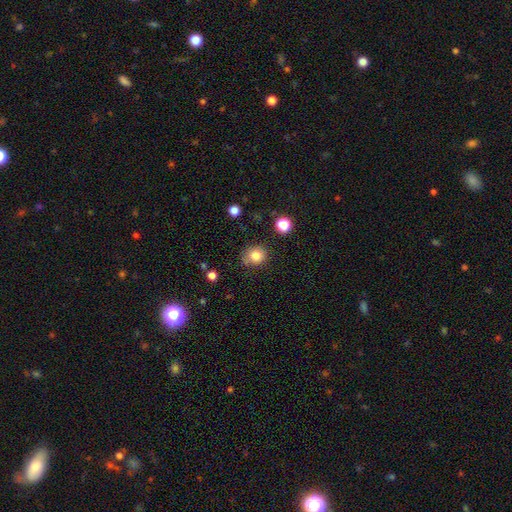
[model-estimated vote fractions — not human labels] A smooth galaxy with no disk features (82%) that is round (81%).

Vote fractions:
- Smooth or featured? smooth: 82% / star or artifact: 11% / featured or disk: 7%
- How rounded? round: 81% / in between: 18% / cigar-shaped: 1%
- Merging? none: 75% / minor disturbance: 17% / merger: 4% / major disturbance: 4%